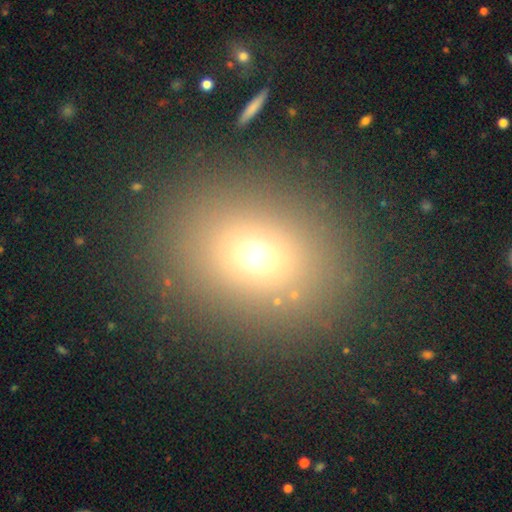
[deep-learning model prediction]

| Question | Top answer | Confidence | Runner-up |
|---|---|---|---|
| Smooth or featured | smooth | 69% | star or artifact (21%) |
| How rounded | in between | 52% | round (46%) |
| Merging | none | 84% | minor disturbance (9%) |